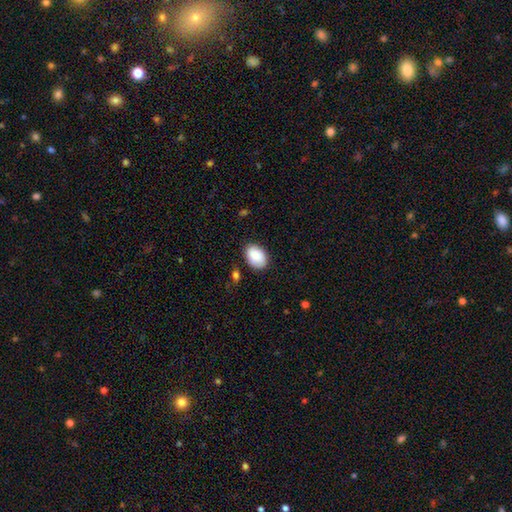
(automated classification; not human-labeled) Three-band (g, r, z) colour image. It shows a smooth galaxy with no disk features (88%) that is in between round and cigar-shaped (84%). Merging: none (81%).